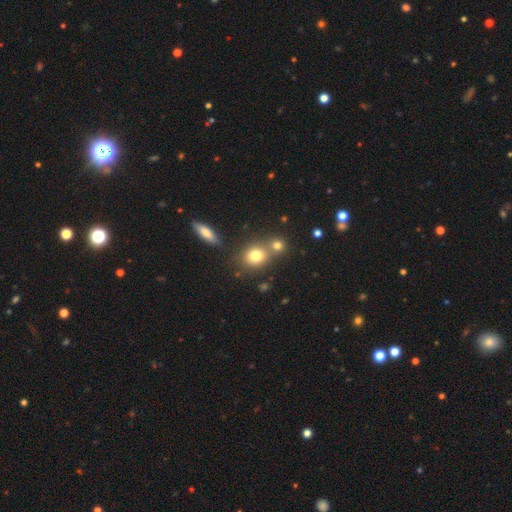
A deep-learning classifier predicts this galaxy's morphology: Smooth or featured: smooth — 77% (star or artifact — 12%)
How rounded: round — 67% (in between — 31%)
Merging: none — 53% (merger — 34%)